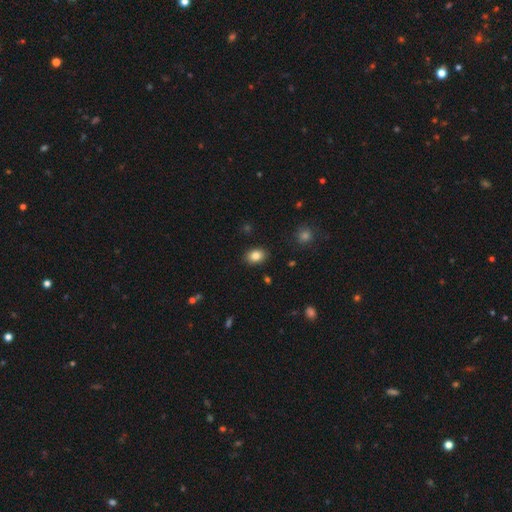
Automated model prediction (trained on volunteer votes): Overall: smooth (84%). How rounded: in between (73%). Merging: none (88%).